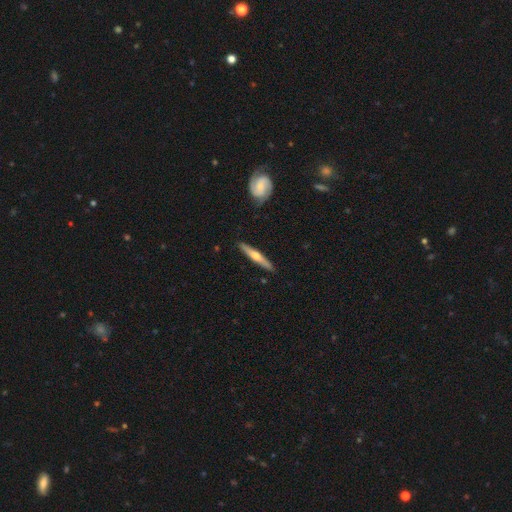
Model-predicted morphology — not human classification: Q: Smooth or featured?
A: featured or disk (55%); runner-up: smooth (40%)
Q: Edge-on disk?
A: yes (94%); runner-up: no (6%)
Q: Edge-on bulge?
A: rounded (86%); runner-up: none (10%)
Q: Merging?
A: none (89%); runner-up: minor disturbance (8%)